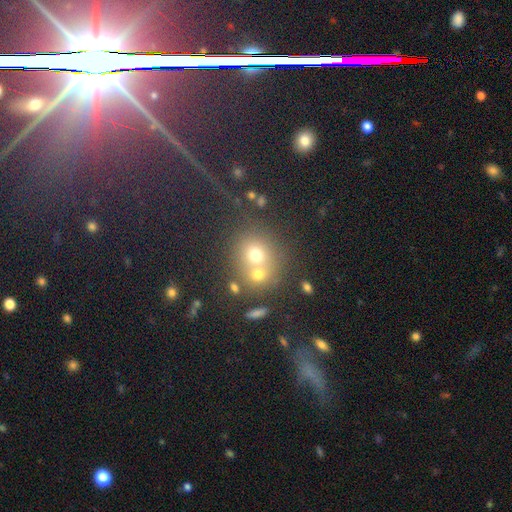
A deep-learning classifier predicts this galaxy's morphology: smooth 62%, star or artifact 21%, featured or disk 17%. Down the decision tree: how rounded — round (81%); merging — none (47%).